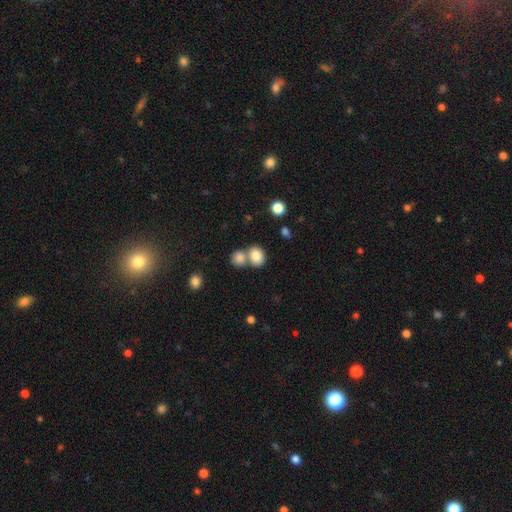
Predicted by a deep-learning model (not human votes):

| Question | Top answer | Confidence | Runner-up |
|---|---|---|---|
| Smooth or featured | smooth | 82% | star or artifact (9%) |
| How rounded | round | 56% | in between (43%) |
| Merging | none | 45% | merger (44%) |